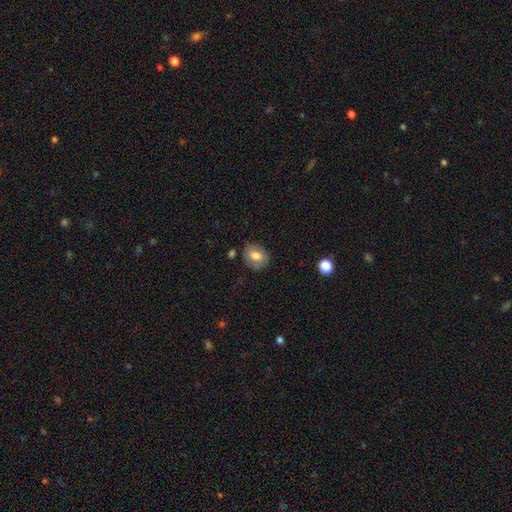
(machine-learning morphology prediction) This appears to be a smooth galaxy with no disk features (74%) that is round (51%). Merging: none (80%).